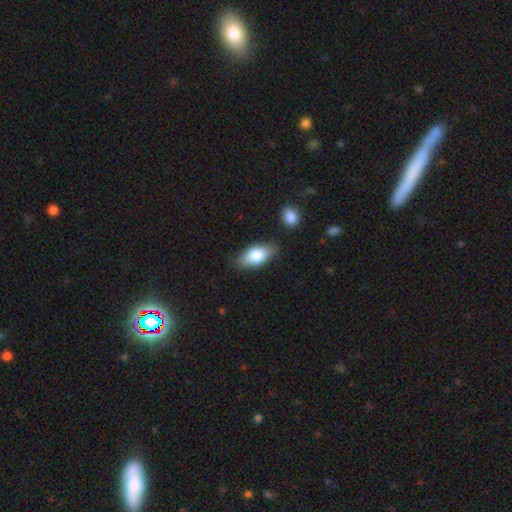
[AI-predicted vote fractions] Smooth or featured? smooth (78%)
How rounded? in between (89%)
Merging? none (77%)